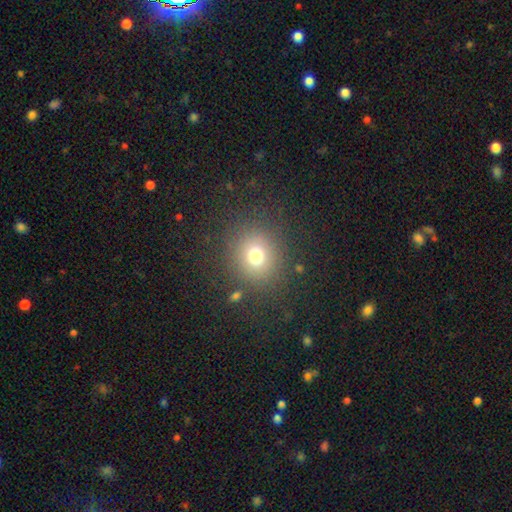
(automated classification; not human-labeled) Smooth or featured: smooth — 73% (star or artifact — 17%)
How rounded: round — 84% (in between — 15%)
Merging: none — 85% (minor disturbance — 8%)